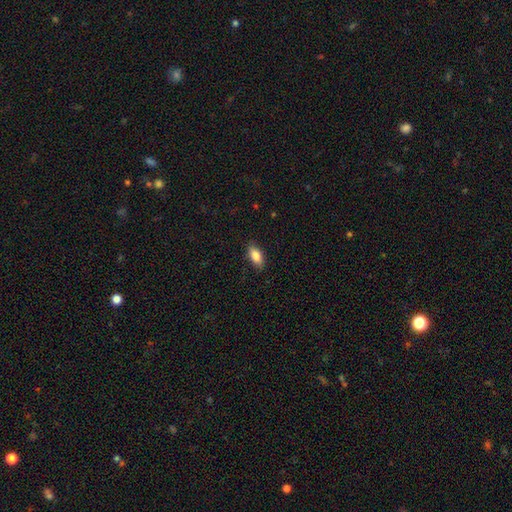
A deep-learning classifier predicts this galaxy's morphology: A smooth galaxy with no disk features (85%) that is in between round and cigar-shaped (88%). Merging: none (85%).